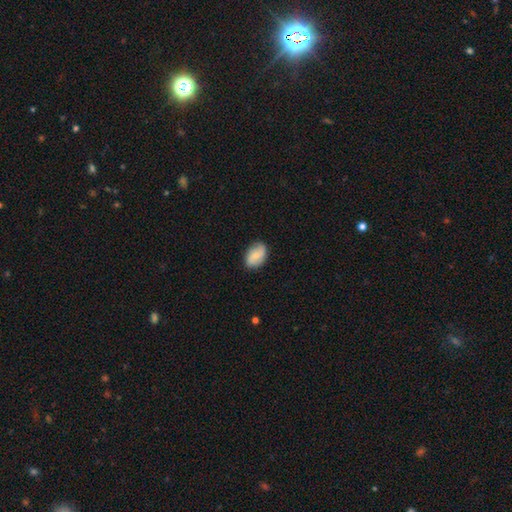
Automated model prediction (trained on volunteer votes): smooth-or-featured: smooth: 59% | featured or disk: 34% | star or artifact: 7%
  how-rounded: in between: 84% | round: 15% | cigar-shaped: 1%
  merging: none: 79% | minor disturbance: 16% | major disturbance: 3% | merger: 1%